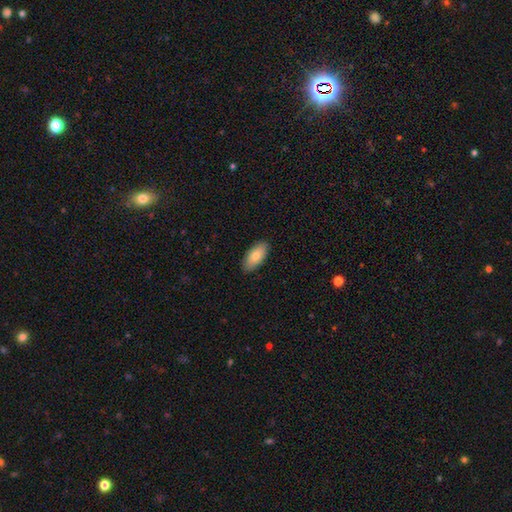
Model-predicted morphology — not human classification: Smooth or featured?
  - smooth: 80% *
  - featured or disk: 14%
  - star or artifact: 6%
How rounded?
  - in between: 90% *
  - cigar-shaped: 7%
  - round: 2%
Merging?
  - none: 89% *
  - minor disturbance: 9%
  - major disturbance: 2%
  - merger: 1%